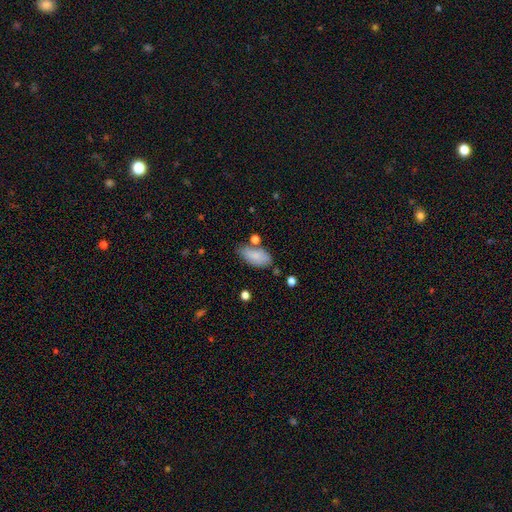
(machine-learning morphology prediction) Q: Smooth or featured?
A: smooth (80%); runner-up: featured or disk (13%)
Q: How rounded?
A: in between (92%); runner-up: cigar-shaped (5%)
Q: Merging?
A: none (58%); runner-up: minor disturbance (25%)